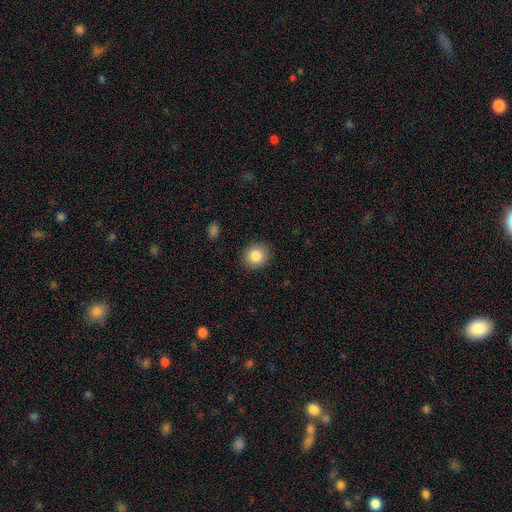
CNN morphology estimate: smooth 85%, star or artifact 9%, featured or disk 6%. Down the decision tree: how rounded — round (76%); merging — none (89%).